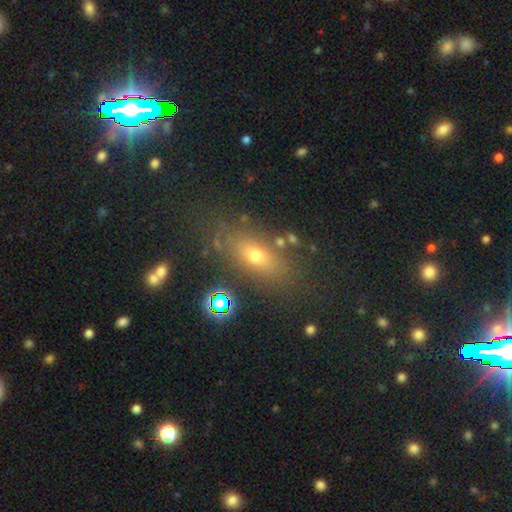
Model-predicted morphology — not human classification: smooth_or_featured: smooth (p=0.62) [alt: featured or disk p=0.21]
how_rounded: in between (p=0.70) [alt: cigar-shaped p=0.15]
merging: none (p=0.74) [alt: minor disturbance p=0.14]